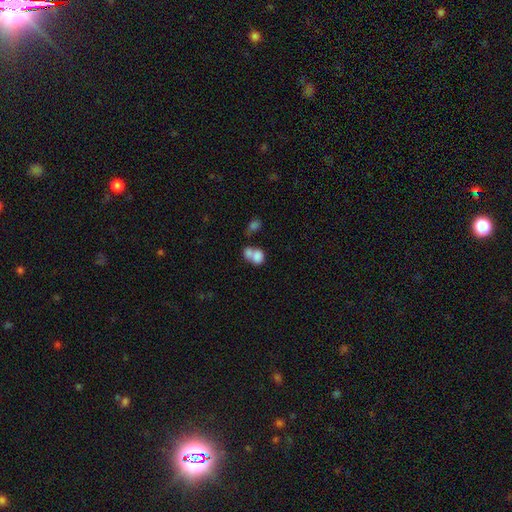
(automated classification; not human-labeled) The model was most divided on "how rounded": in between: 60%, round: 39%, cigar-shaped: 1%. More confident: smooth or featured — smooth (76%); merging — merger (67%).